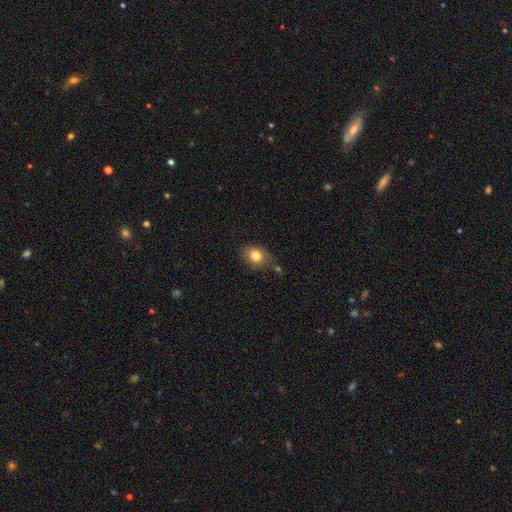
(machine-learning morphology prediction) This appears to be a smooth galaxy with no disk features (80%) that is in between round and cigar-shaped (63%). Merging: none (70%).